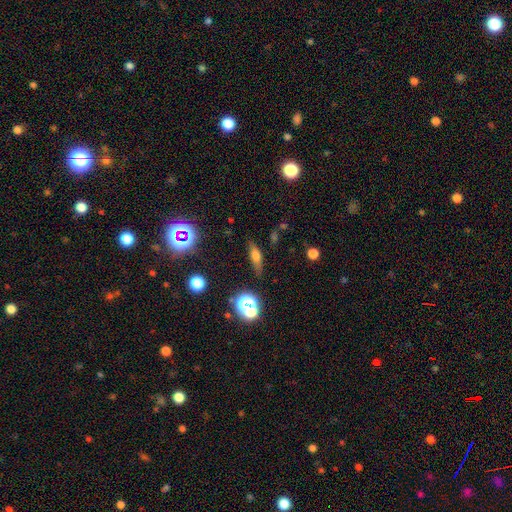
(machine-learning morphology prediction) smooth 52%, featured or disk 32%, star or artifact 16%. Down the decision tree: how rounded — cigar-shaped (51%); merging — none (80%).